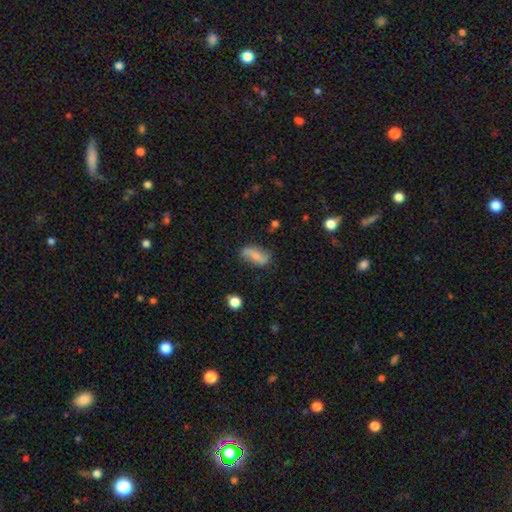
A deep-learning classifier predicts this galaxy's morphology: type=featured or disk (48%); merging=none (70%).